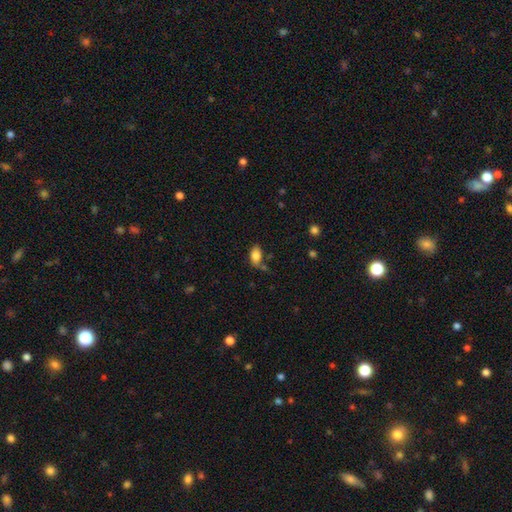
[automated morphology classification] Overall: smooth (81%). How rounded: in between (90%). Merging: none (53%; minor disturbance 24%).